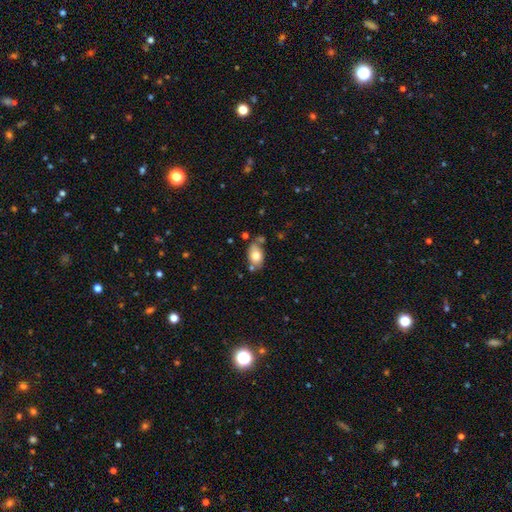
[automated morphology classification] A smooth galaxy with no disk features (75%) that is in between round and cigar-shaped (85%).

Vote fractions:
- Smooth or featured? smooth: 75% / featured or disk: 17% / star or artifact: 8%
- How rounded? in between: 85% / round: 13% / cigar-shaped: 2%
- Merging? none: 61% / minor disturbance: 20% / merger: 13% / major disturbance: 6%